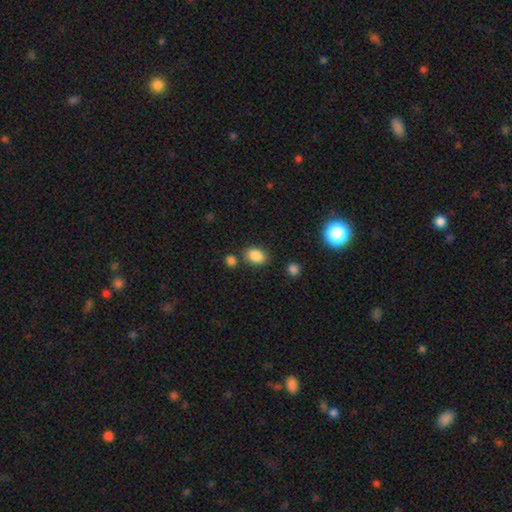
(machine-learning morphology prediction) smooth-or-featured: smooth: 85% | star or artifact: 10% | featured or disk: 5%
  how-rounded: in between: 71% | round: 27% | cigar-shaped: 1%
  merging: none: 74% | minor disturbance: 13% | merger: 10% | major disturbance: 4%